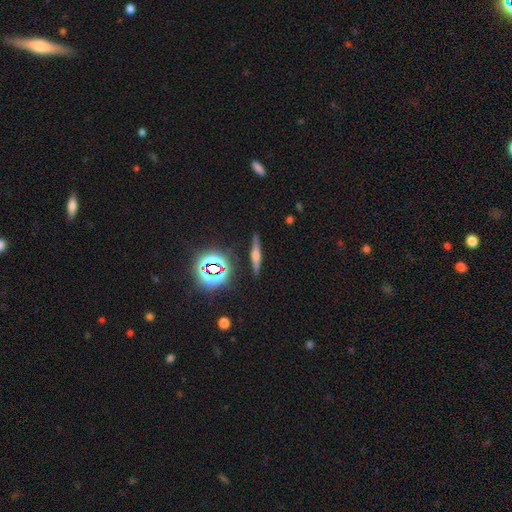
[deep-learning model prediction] This appears to be a featured or disk galaxy (45%). Merging: none (87%).